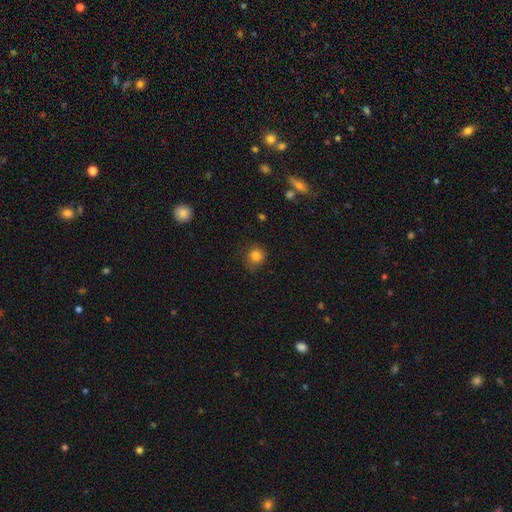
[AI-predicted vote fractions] This is clearly a smooth galaxy (83%). How rounded: clearly round (90%). Merging: likely none (79%).